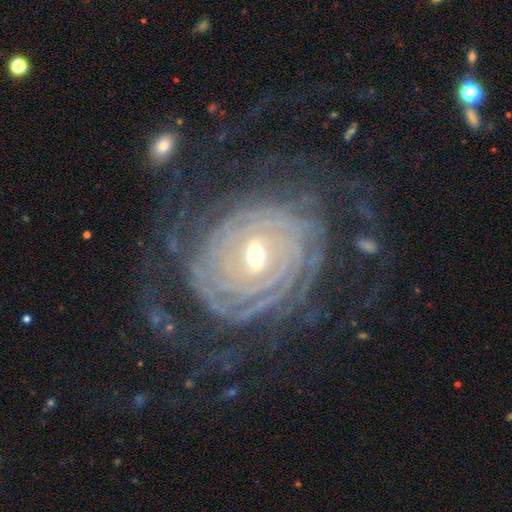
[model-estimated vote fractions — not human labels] Smooth or featured?
  - featured or disk: 89% *
  - star or artifact: 6%
  - smooth: 5%
Edge-on disk?
  - no: 96% *
  - yes: 4%
Bar?
  - weak: 40% *
  - no: 33%
  - strong: 27%
Spiral arms?
  - yes: 96% *
  - no: 4%
Spiral winding?
  - tight: 84% *
  - medium: 12%
  - loose: 4%
Spiral arm count?
  - can't tell: 32% *
  - more than 4: 23%
  - 4: 16%
  - 2: 12%
  - 3: 11%
  - 1: 7%
Bulge size?
  - moderate: 54% *
  - small: 41%
  - large: 3%
  - dominant: 1%
  - none: 1%
Merging?
  - none: 70% *
  - minor disturbance: 14%
  - major disturbance: 14%
  - merger: 2%